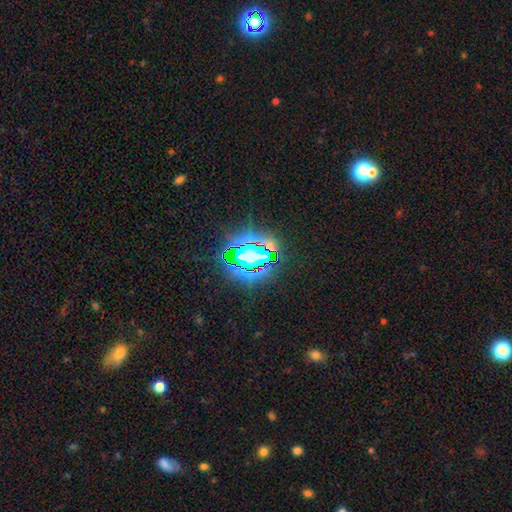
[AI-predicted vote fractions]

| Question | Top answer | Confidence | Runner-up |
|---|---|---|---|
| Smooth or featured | star or artifact | 72% | smooth (16%) |